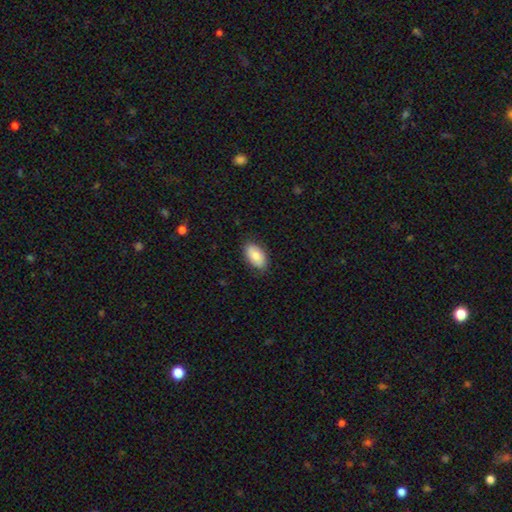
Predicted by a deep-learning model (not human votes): The model was most divided on "smooth or featured": smooth: 81%, featured or disk: 13%, star or artifact: 7%. More confident: how rounded — in between (93%); merging — none (83%).